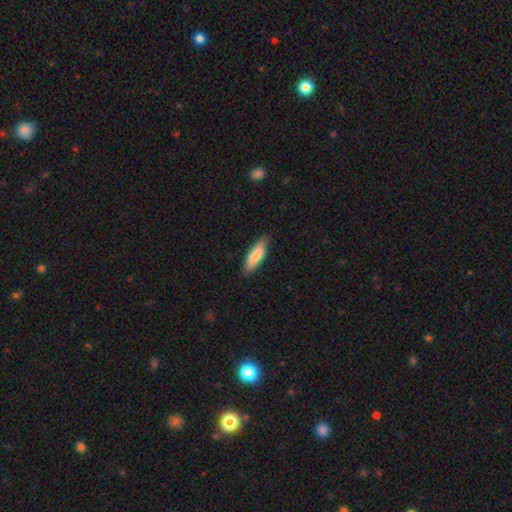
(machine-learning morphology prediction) smooth-or-featured: smooth: 79% | featured or disk: 15% | star or artifact: 5%
  how-rounded: in between: 53% | cigar-shaped: 46% | round: 1%
  merging: none: 83% | minor disturbance: 14% | major disturbance: 2% | merger: 1%